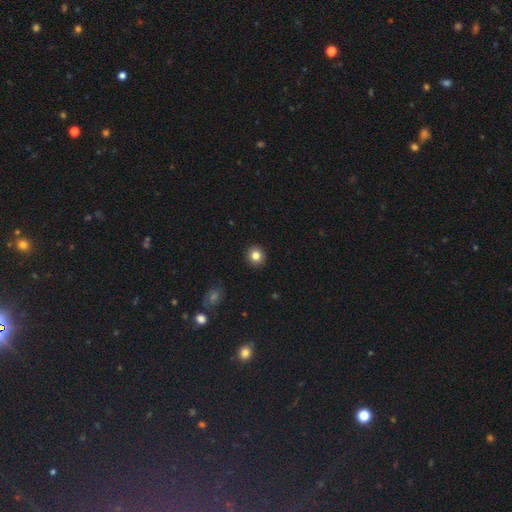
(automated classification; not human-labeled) A smooth galaxy with no disk features (83%) that is round (92%).

Vote fractions:
- Smooth or featured? smooth: 83% / star or artifact: 11% / featured or disk: 7%
- How rounded? round: 92% / in between: 7% / cigar-shaped: 1%
- Merging? none: 93% / minor disturbance: 4% / major disturbance: 1% / merger: 1%